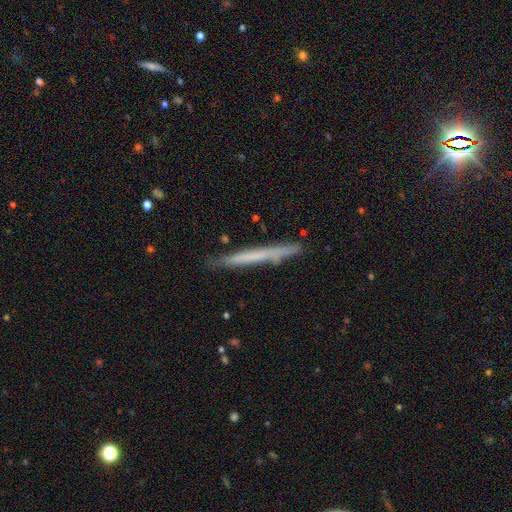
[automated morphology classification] The model was most divided on "smooth or featured": smooth: 48%, featured or disk: 45%, star or artifact: 7%. More confident: merging — none (85%).